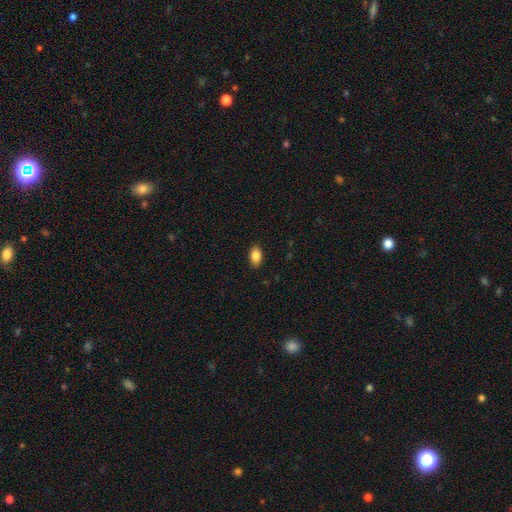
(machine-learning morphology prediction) Overall: smooth (86%). How rounded: in between (90%). Merging: none (88%).